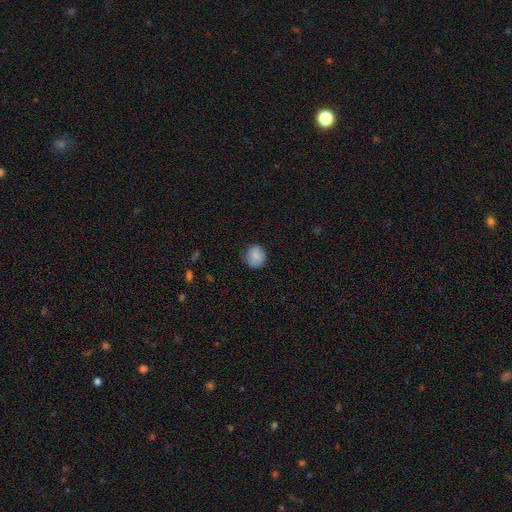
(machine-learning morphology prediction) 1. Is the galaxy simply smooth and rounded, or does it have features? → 83% smooth, 9% featured or disk, 8% star or artifact.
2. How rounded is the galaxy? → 87% round, 12% in between, 1% cigar-shaped.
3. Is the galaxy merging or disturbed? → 78% none, 17% minor disturbance, 4% major disturbance, 1% merger.